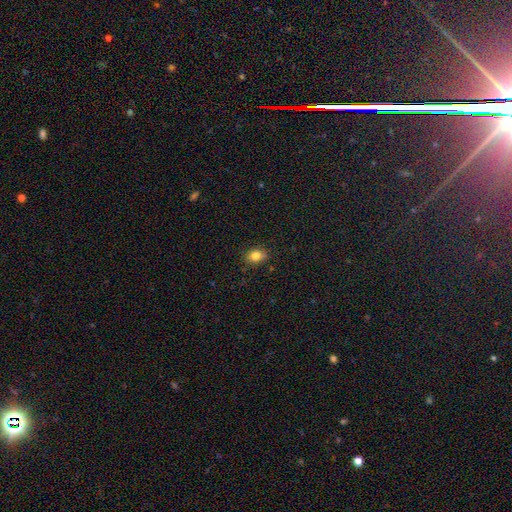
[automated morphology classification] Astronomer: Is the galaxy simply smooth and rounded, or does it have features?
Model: smooth — 82%.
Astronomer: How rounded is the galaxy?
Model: in between — 62% (runner-up: round, 37%).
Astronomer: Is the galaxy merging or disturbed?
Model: none — 84%.